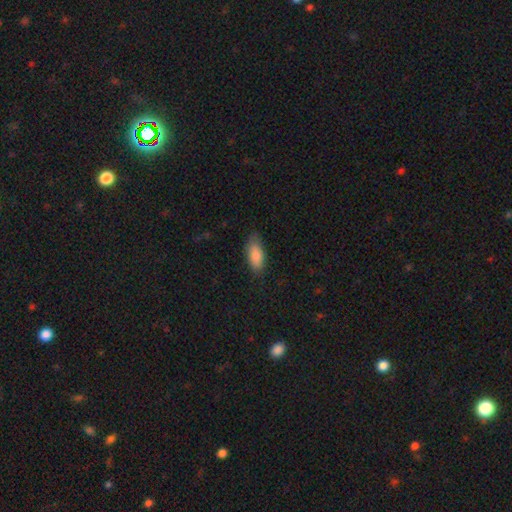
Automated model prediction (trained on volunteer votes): Q: Smooth or featured?
A: smooth (86%); runner-up: featured or disk (8%)
Q: How rounded?
A: in between (84%); runner-up: cigar-shaped (14%)
Q: Merging?
A: none (76%); runner-up: minor disturbance (19%)